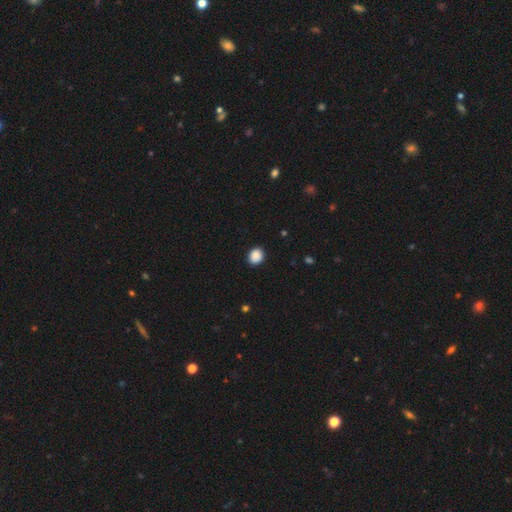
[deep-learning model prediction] Smooth or featured: smooth — 88% (star or artifact — 9%)
How rounded: round — 67% (in between — 32%)
Merging: none — 88% (minor disturbance — 9%)